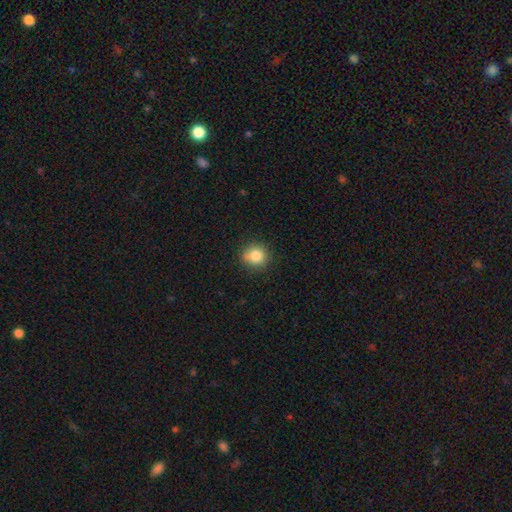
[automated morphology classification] type=smooth (83%); roundness=round (87%); merging=none (84%).